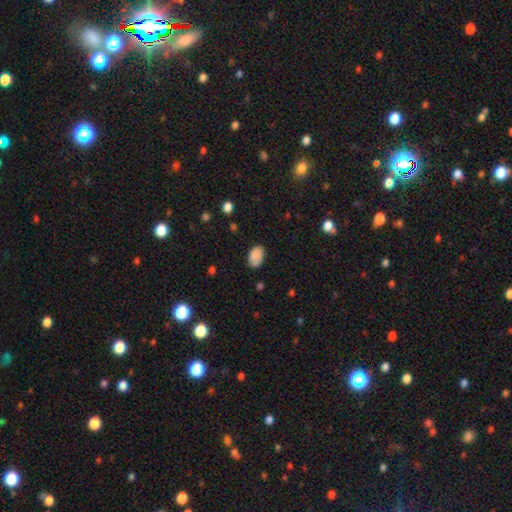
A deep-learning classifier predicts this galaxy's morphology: smooth-or-featured: smooth: 86% | star or artifact: 8% | featured or disk: 6%
  how-rounded: in between: 88% | round: 11% | cigar-shaped: 1%
  merging: none: 76% | minor disturbance: 19% | major disturbance: 4% | merger: 2%